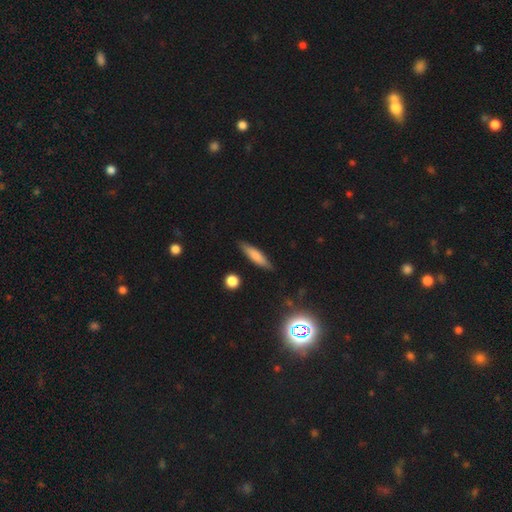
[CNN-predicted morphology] Smooth or featured: smooth — 72% (featured or disk — 20%)
How rounded: cigar-shaped — 73% (in between — 25%)
Merging: none — 85% (minor disturbance — 11%)